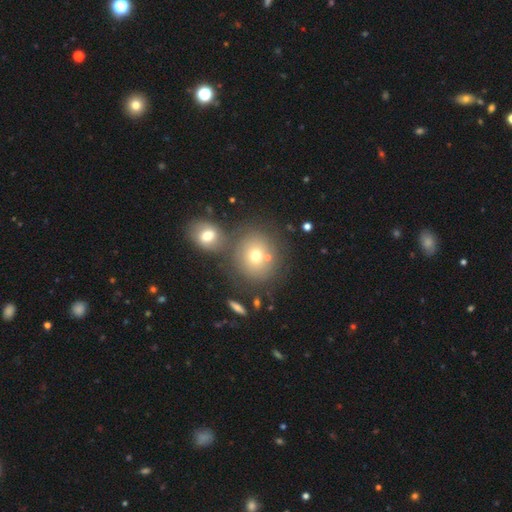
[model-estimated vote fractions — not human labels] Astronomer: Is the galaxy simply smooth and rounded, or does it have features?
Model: smooth — 69%.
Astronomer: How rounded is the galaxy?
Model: round — 84%.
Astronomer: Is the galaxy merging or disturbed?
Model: none — 61%.